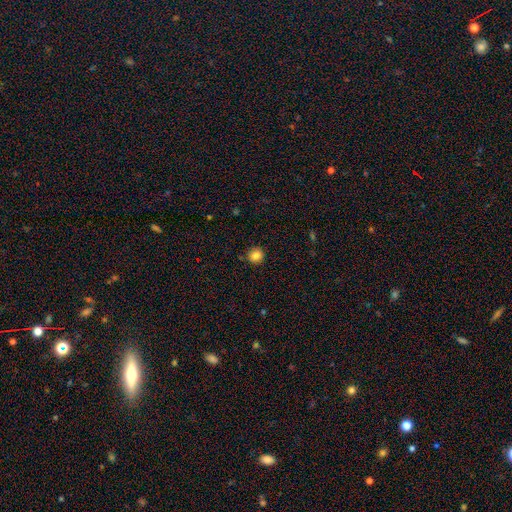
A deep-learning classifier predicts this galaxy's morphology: Smooth or featured? Predicted: smooth (p=0.84). How rounded? Predicted: round (p=0.93). Merging? Predicted: none (p=0.90).